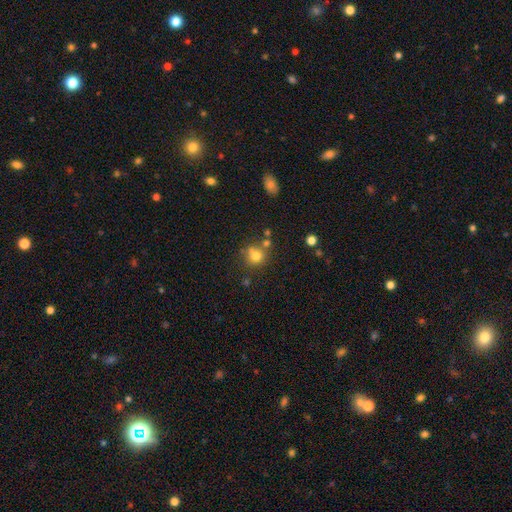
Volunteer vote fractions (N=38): Volunteers were most divided on "merging": none: 59%, merger: 21%, minor disturbance: 15%, major disturbance: 6%. More confident: how rounded — round (88%); smooth or featured — smooth (66%).